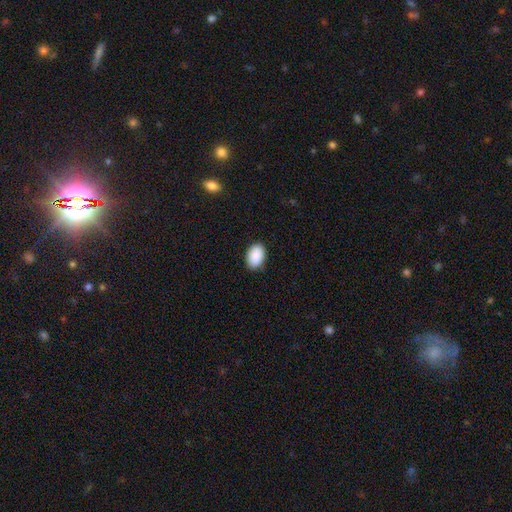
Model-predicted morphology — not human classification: Smooth or featured? Predicted: smooth (p=0.91). How rounded? Predicted: in between (p=0.90). Merging? Predicted: none (p=0.88).